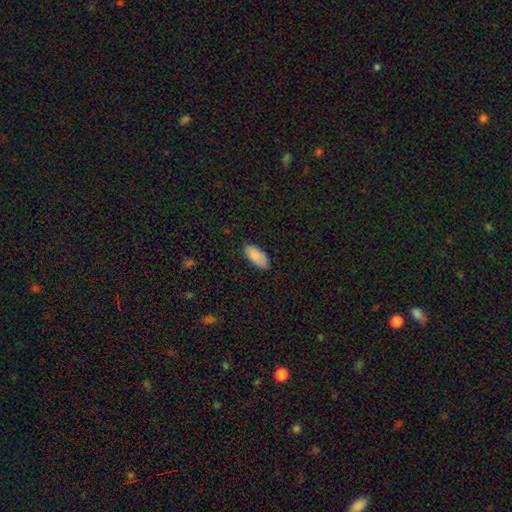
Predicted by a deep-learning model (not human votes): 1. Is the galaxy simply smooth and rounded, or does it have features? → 86% smooth, 7% featured or disk, 6% star or artifact.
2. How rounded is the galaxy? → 91% in between, 8% cigar-shaped, 2% round.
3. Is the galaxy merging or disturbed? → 84% none, 13% minor disturbance, 2% major disturbance, 1% merger.